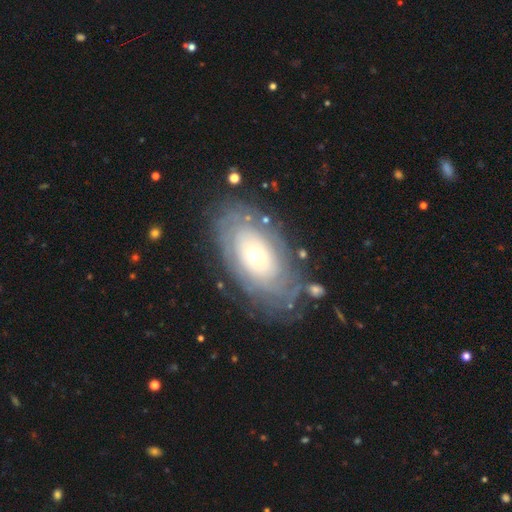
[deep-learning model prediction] This appears to be a featured or disk galaxy (73%) with no bar (80%), tight (80%) spiral arms (73%) and a moderate central bulge (56%). Merging: none (74%).